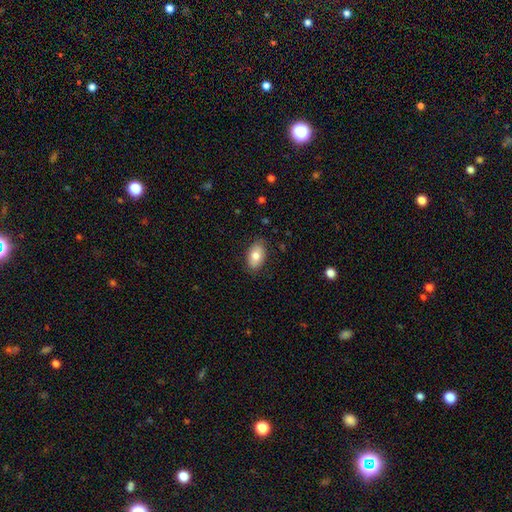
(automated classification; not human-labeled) This appears to be a smooth galaxy with no disk features (78%) that is in between round and cigar-shaped (92%). Merging: none (84%).